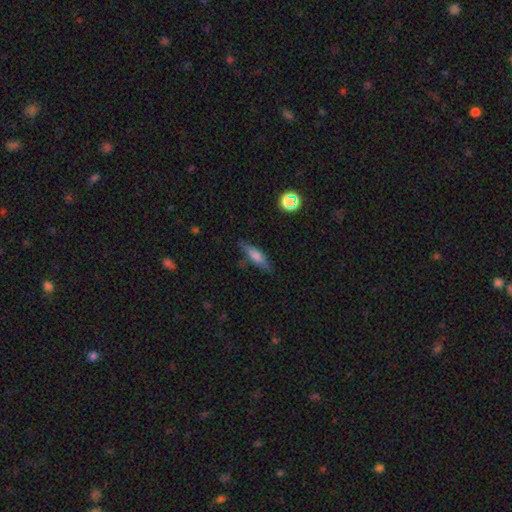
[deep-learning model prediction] Morphology: type=smooth (64%); roundness=cigar-shaped (64%); merging=none (78%).